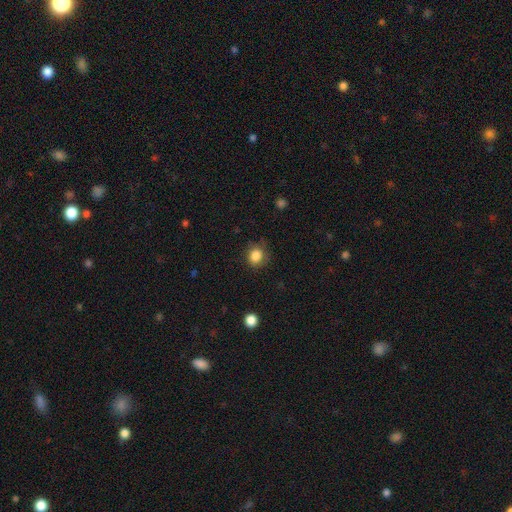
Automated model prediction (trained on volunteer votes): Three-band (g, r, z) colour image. It shows a smooth galaxy with no disk features (85%) that is round (80%). Merging: none (79%).